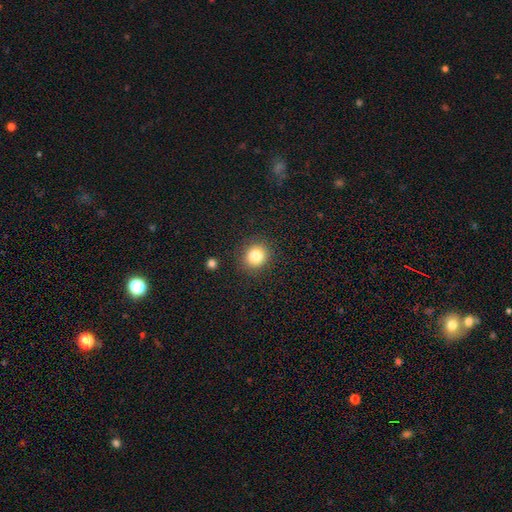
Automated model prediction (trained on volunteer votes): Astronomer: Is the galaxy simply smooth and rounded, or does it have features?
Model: smooth — 82%.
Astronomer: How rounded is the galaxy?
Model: round — 85%.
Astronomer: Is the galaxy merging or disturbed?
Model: none — 89%.